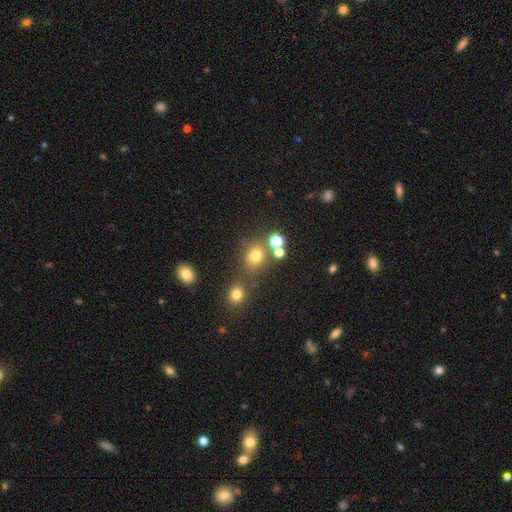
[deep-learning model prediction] Smooth or featured? Predicted: smooth (p=0.68). How rounded? Predicted: round (p=0.72). Merging? Predicted: none (p=0.65).